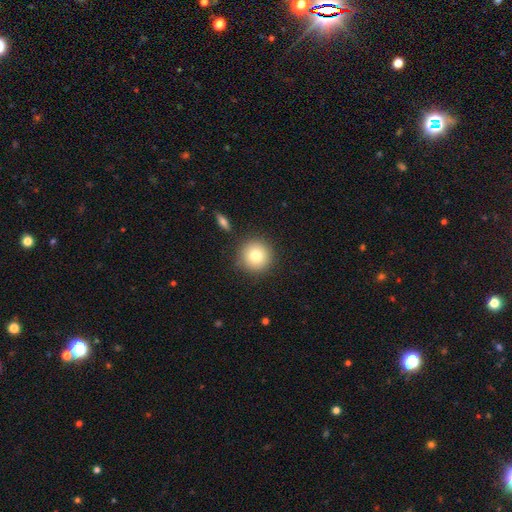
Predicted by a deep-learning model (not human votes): smooth-or-featured: smooth: 79% | featured or disk: 11% | star or artifact: 10%
  how-rounded: round: 94% | in between: 5% | cigar-shaped: 1%
  merging: none: 86% | minor disturbance: 8% | merger: 3% | major disturbance: 3%